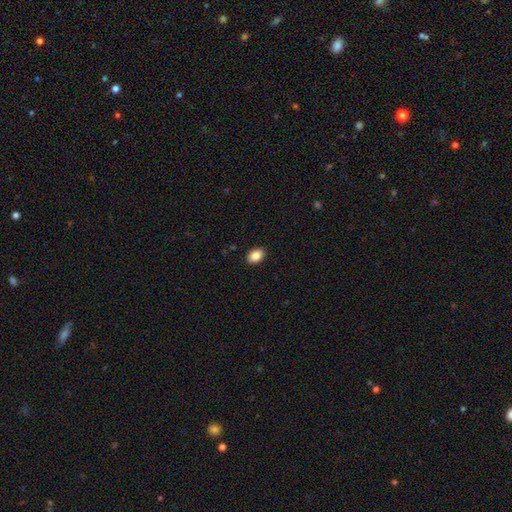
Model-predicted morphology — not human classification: smooth_or_featured: smooth (p=0.87) [alt: star or artifact p=0.08]
how_rounded: in between (p=0.81) [alt: round p=0.18]
merging: none (p=0.90) [alt: minor disturbance p=0.07]